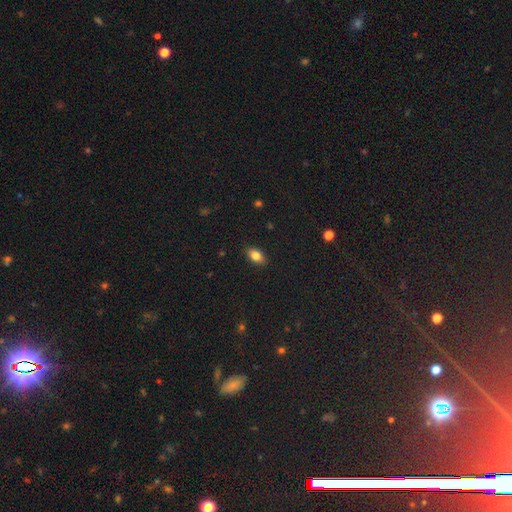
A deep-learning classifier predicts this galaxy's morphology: Overall: smooth (81%). How rounded: in between (87%). Merging: none (88%).